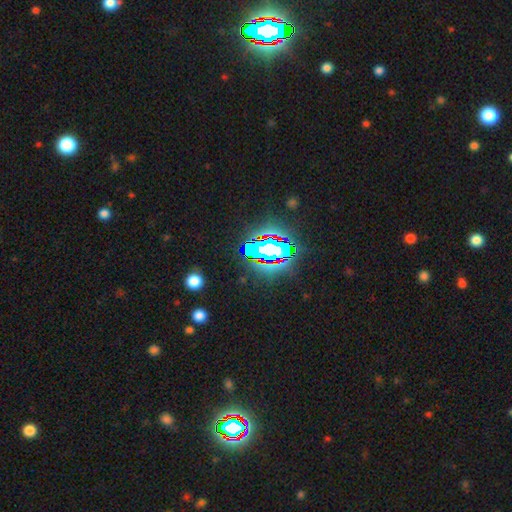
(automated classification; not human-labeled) smooth_or_featured: star or artifact (p=0.82) [alt: smooth p=0.10]